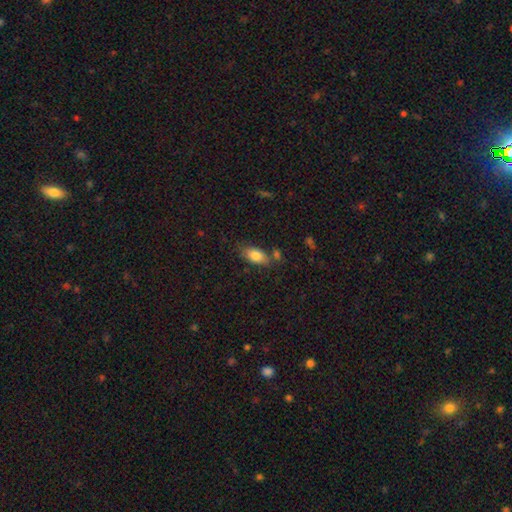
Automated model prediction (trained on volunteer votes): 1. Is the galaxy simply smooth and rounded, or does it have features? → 81% smooth, 11% featured or disk, 7% star or artifact.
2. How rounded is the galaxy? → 89% in between, 6% cigar-shaped, 5% round.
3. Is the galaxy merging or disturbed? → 70% none, 17% minor disturbance, 9% merger, 4% major disturbance.